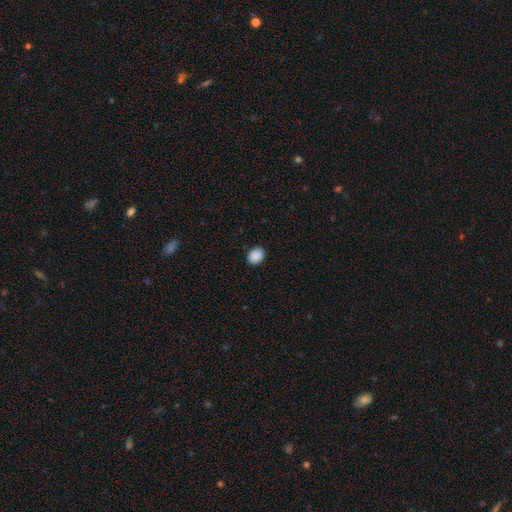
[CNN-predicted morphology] Smooth or featured?
  - smooth: 90% *
  - star or artifact: 8%
  - featured or disk: 2%
How rounded?
  - in between: 50% *
  - round: 49%
  - cigar-shaped: 1%
Merging?
  - none: 90% *
  - minor disturbance: 7%
  - major disturbance: 2%
  - merger: 1%